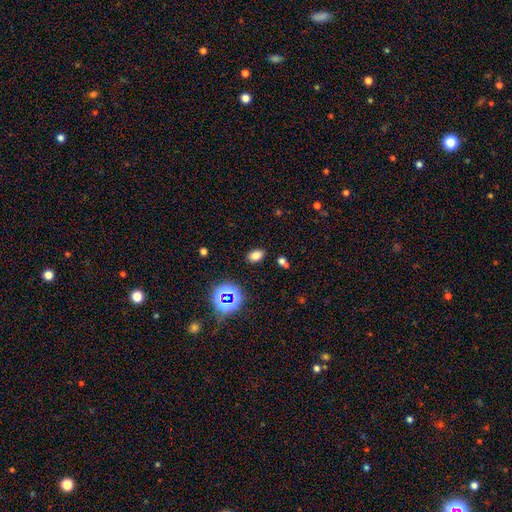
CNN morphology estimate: Overall: smooth (74%). How rounded: in between (84%). Merging: none (86%).